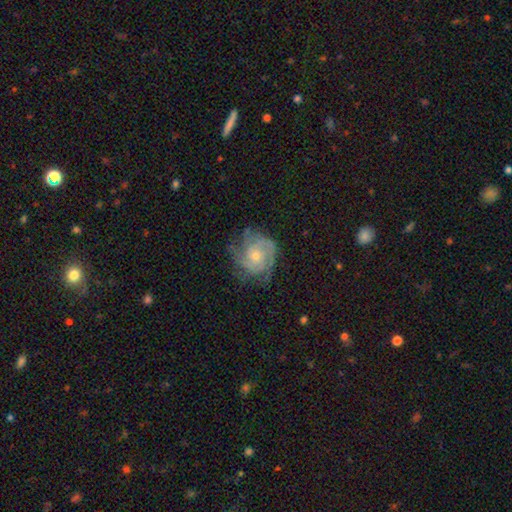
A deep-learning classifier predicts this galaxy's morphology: Smooth or featured?
  - featured or disk: 82% *
  - smooth: 12%
  - star or artifact: 7%
Edge-on disk?
  - no: 98% *
  - yes: 2%
Bar?
  - no: 77% *
  - weak: 19%
  - strong: 3%
Spiral arms?
  - yes: 95% *
  - no: 5%
Spiral winding?
  - tight: 61% *
  - medium: 31%
  - loose: 7%
Spiral arm count?
  - 3: 34% *
  - can't tell: 23%
  - 2: 20%
  - 4: 11%
  - 1: 6%
  - more than 4: 5%
Bulge size?
  - small: 56% *
  - moderate: 40%
  - none: 2%
  - large: 2%
  - dominant: 1%
Merging?
  - none: 70% *
  - minor disturbance: 20%
  - major disturbance: 9%
  - merger: 1%